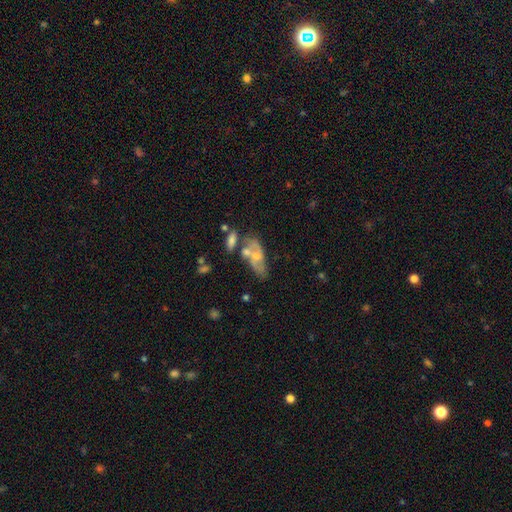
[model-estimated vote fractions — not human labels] Smooth or featured?
  - featured or disk: 52% *
  - smooth: 40%
  - star or artifact: 8%
Edge-on disk?
  - no: 85% *
  - yes: 15%
Merging?
  - none: 36% *
  - merger: 31%
  - minor disturbance: 20%
  - major disturbance: 13%